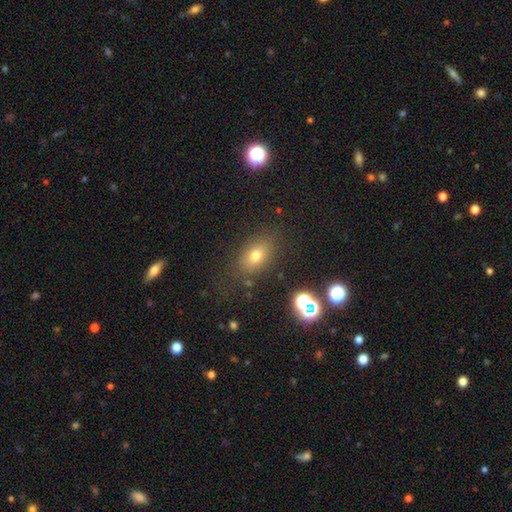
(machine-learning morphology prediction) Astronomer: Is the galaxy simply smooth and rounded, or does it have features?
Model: smooth — 71%.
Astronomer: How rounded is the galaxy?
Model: in between — 78%.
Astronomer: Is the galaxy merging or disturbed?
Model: none — 79%.